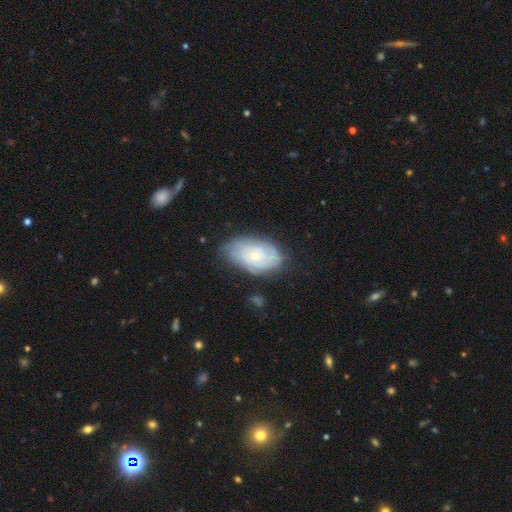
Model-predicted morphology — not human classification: Q: Smooth or featured?
A: featured or disk (54%); runner-up: smooth (39%)
Q: Edge-on disk?
A: no (94%); runner-up: yes (6%)
Q: Bar?
A: no (82%); runner-up: weak (16%)
Q: Spiral arms?
A: yes (76%); runner-up: no (24%)
Q: Bulge size?
A: small (68%); runner-up: moderate (27%)
Q: Merging?
A: none (65%); runner-up: minor disturbance (25%)